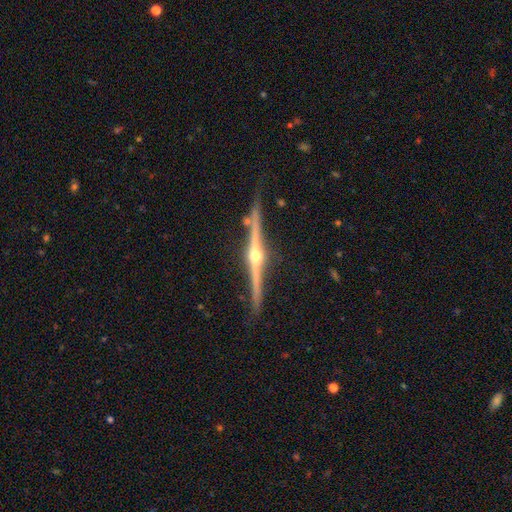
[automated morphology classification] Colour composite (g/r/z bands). It shows a featured or disk galaxy (89%) viewed edge-on (99%) with a rounded central bulge (95%). Merging: none (86%).